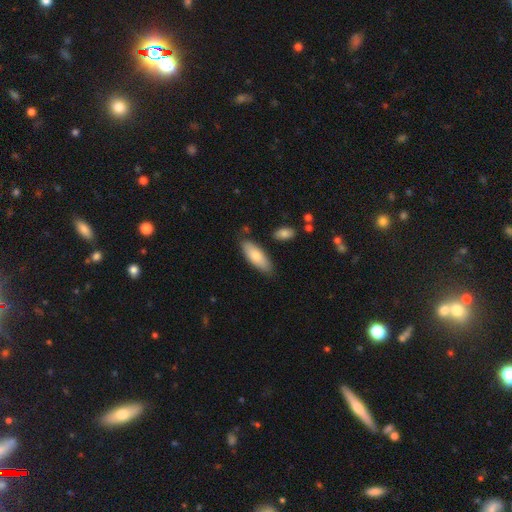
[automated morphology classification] A smooth galaxy with no disk features (78%) that is in between round and cigar-shaped (72%). Merging: none (80%).